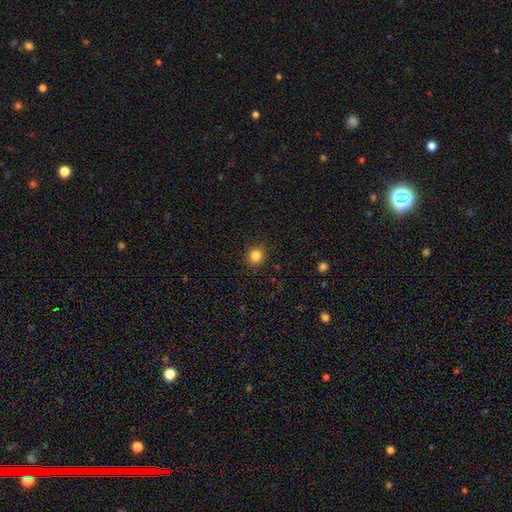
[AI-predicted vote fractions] A smooth galaxy with no disk features (84%) that is round (82%).

Vote fractions:
- Smooth or featured? smooth: 84% / star or artifact: 11% / featured or disk: 5%
- How rounded? round: 82% / in between: 17% / cigar-shaped: 1%
- Merging? none: 88% / minor disturbance: 9% / major disturbance: 2% / merger: 1%